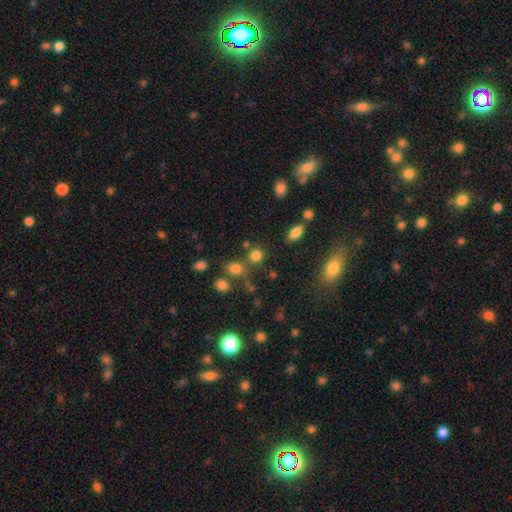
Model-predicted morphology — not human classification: smooth 80%, star or artifact 14%, featured or disk 6%. Down the decision tree: how rounded — round (77%); merging — none (68%).